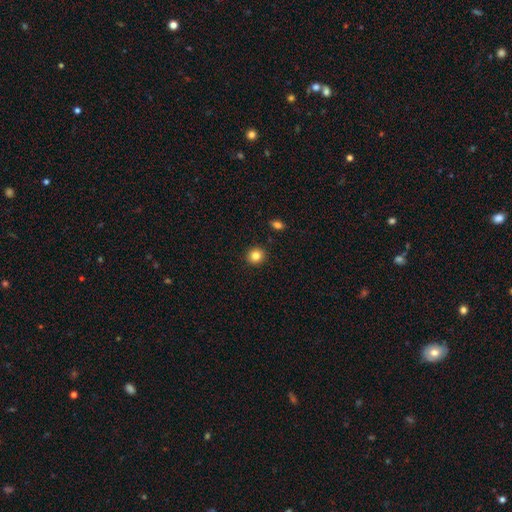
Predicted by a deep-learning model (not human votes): The model was most divided on "smooth or featured": smooth: 84%, star or artifact: 11%, featured or disk: 6%. More confident: merging — none (92%); how rounded — round (91%).